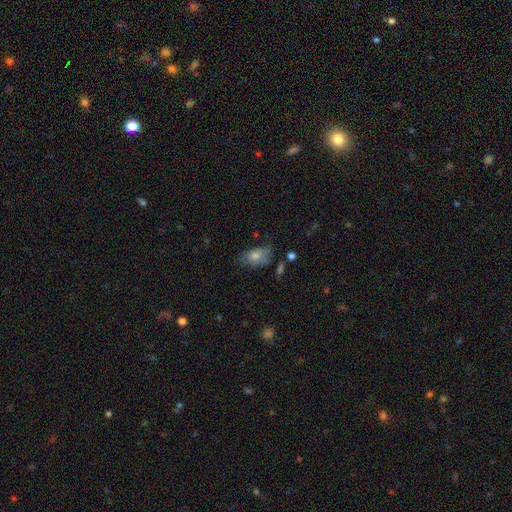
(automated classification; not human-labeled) Smooth or featured?
  - smooth: 66% *
  - featured or disk: 22%
  - star or artifact: 12%
How rounded?
  - in between: 86% *
  - round: 11%
  - cigar-shaped: 3%
Merging?
  - none: 62% *
  - minor disturbance: 26%
  - major disturbance: 8%
  - merger: 4%